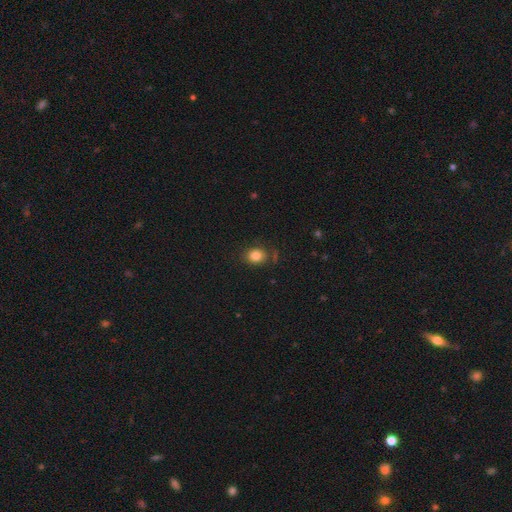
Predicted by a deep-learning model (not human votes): smooth-or-featured: smooth: 83% | star or artifact: 11% | featured or disk: 6%
  how-rounded: round: 58% | in between: 41% | cigar-shaped: 1%
  merging: none: 81% | minor disturbance: 12% | major disturbance: 4% | merger: 3%